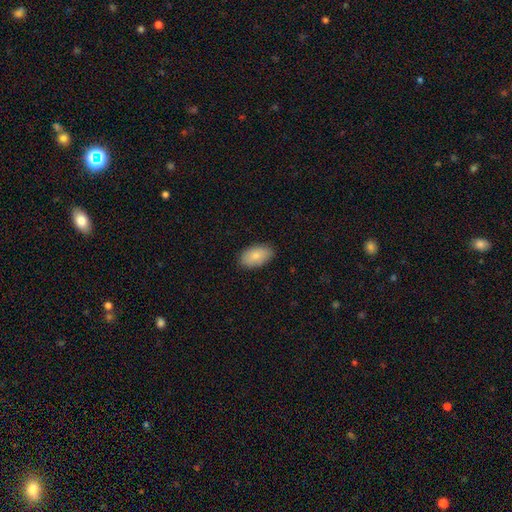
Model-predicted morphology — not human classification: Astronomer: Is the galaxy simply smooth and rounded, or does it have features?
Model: smooth — 84%.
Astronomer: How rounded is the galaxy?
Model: in between — 94%.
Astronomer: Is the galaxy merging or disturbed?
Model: none — 85%.